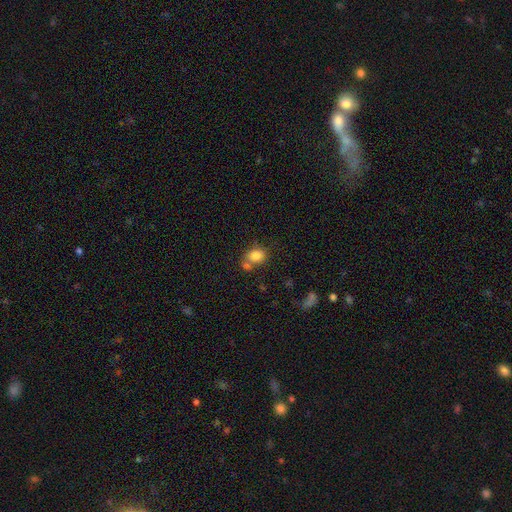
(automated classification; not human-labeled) smooth 83%, star or artifact 10%, featured or disk 7%. Down the decision tree: how rounded — in between (54%); merging — none (51%).